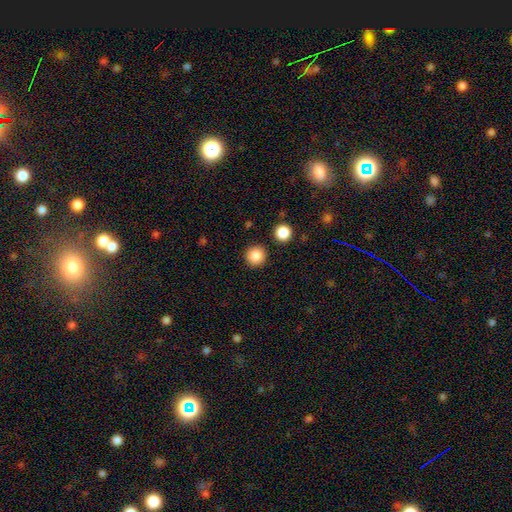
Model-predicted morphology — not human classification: smooth 87%, star or artifact 10%, featured or disk 4%. Down the decision tree: how rounded — round (95%); merging — none (90%).